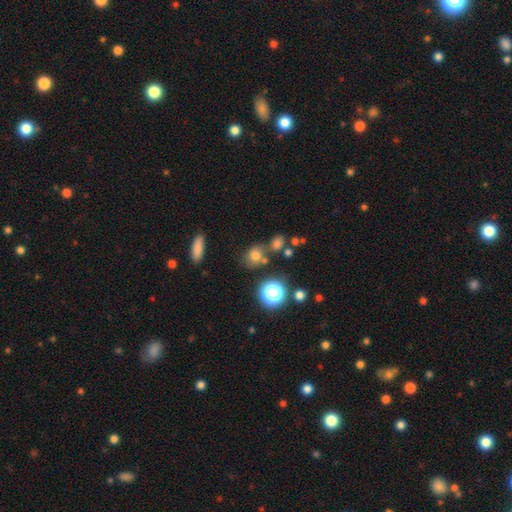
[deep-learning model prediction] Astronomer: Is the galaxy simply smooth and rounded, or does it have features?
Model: smooth — 70%.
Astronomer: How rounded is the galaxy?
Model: round — 67%.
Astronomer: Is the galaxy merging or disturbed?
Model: none — 61%.